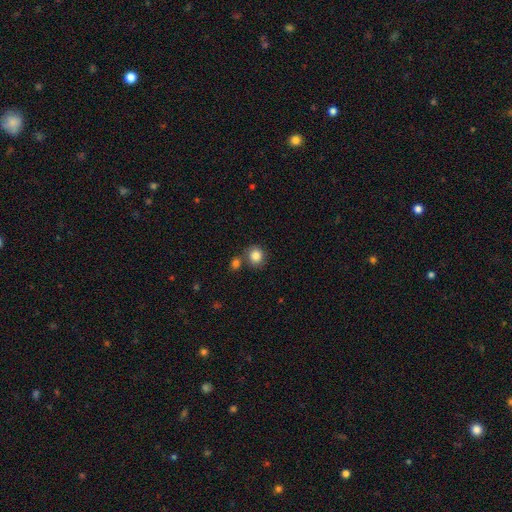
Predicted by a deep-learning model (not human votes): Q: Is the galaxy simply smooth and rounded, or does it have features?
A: smooth — 85%.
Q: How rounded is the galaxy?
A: round — 83%.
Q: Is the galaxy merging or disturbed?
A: none — 67%.